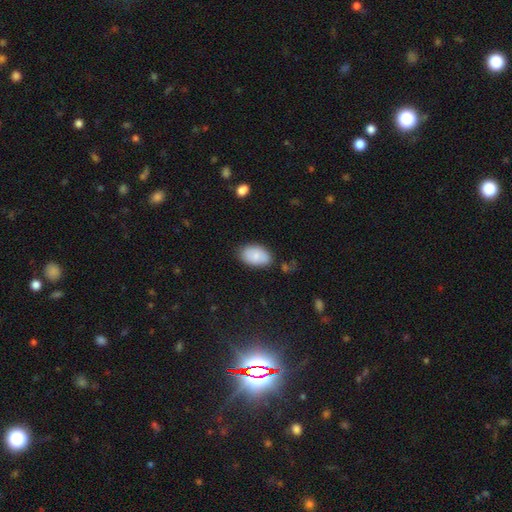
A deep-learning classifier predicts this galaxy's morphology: This is clearly a smooth galaxy (83%). How rounded: clearly in between (93%). Merging: likely none (76%).